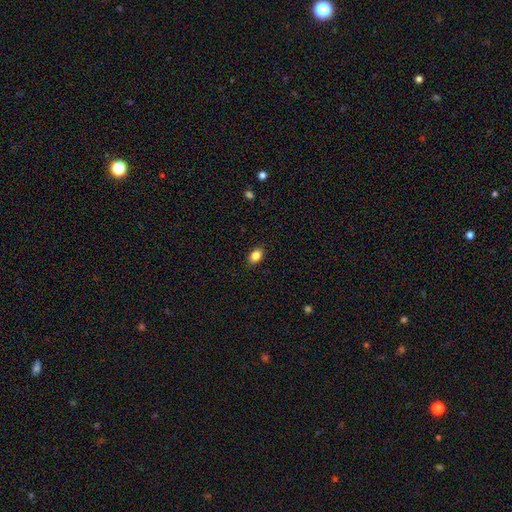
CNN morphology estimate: smooth_or_featured: smooth (p=0.85) [alt: star or artifact p=0.10]
how_rounded: in between (p=0.75) [alt: round p=0.24]
merging: none (p=0.88) [alt: minor disturbance p=0.09]